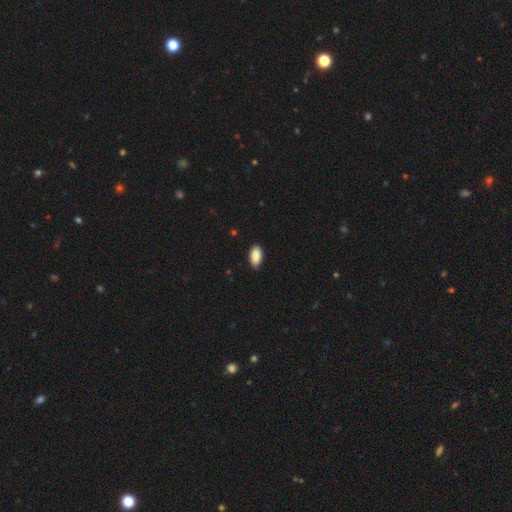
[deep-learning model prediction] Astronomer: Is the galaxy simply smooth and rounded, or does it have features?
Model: smooth — 89%.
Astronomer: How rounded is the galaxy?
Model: in between — 94%.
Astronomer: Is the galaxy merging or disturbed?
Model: none — 82%.